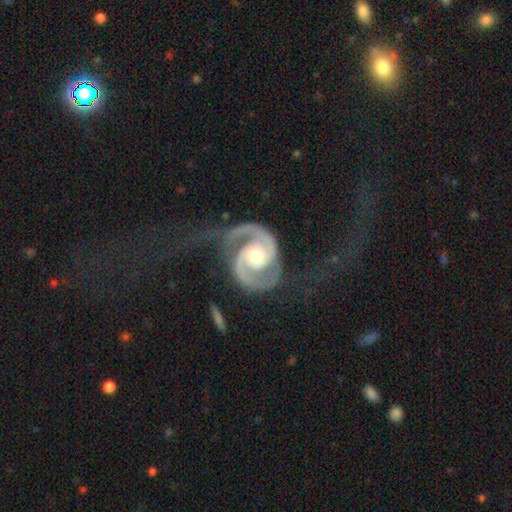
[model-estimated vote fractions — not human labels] smooth_or_featured: featured or disk (p=0.93) [alt: star or artifact p=0.03]
disk_edge_on: no (p=0.98) [alt: yes p=0.02]
bar: no (p=0.63) [alt: weak p=0.27]
has_spiral_arms: yes (p=0.98) [alt: no p=0.02]
spiral_winding: medium (p=0.46) [alt: tight p=0.41]
spiral_arm_count: 2 (p=0.92) [alt: 1 p=0.02]
bulge_size: moderate (p=0.73) [alt: small p=0.17]
merging: none (p=0.51) [alt: major disturbance p=0.26]